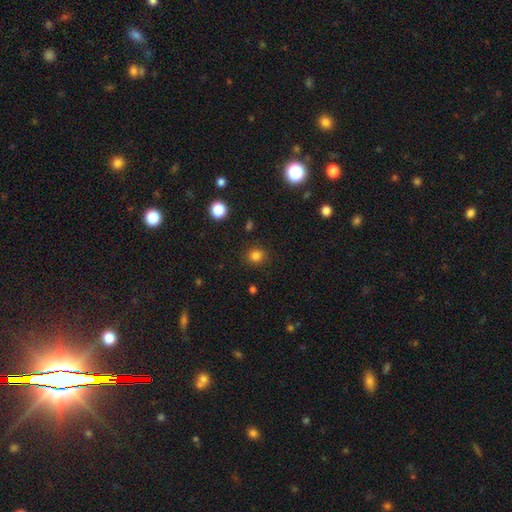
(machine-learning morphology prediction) Overall: smooth (82%). How rounded: round (84%). Merging: none (88%).